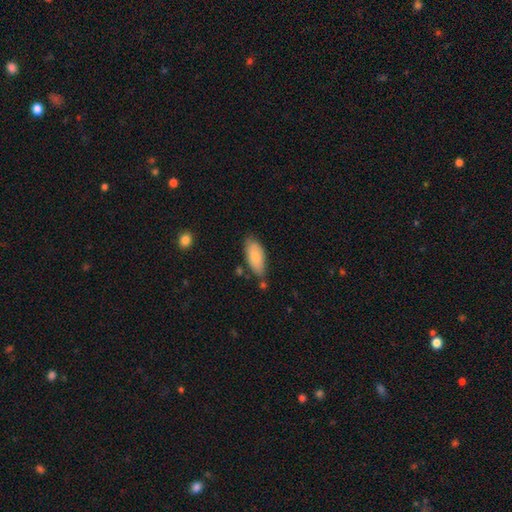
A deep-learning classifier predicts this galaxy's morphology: Overall: smooth (79%). How rounded: in between (86%). Merging: none (71%).